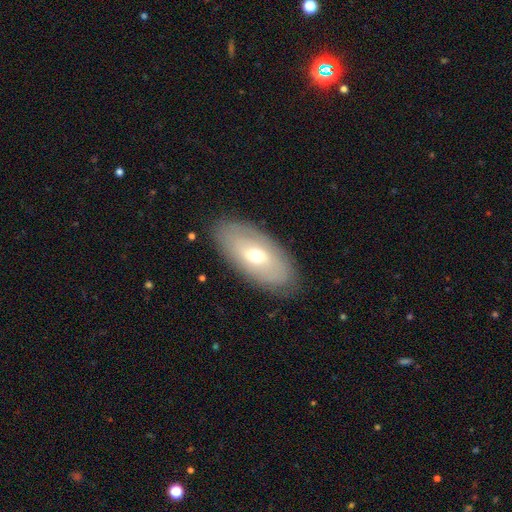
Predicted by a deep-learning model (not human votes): Smooth or featured? smooth (47%)
Merging? none (84%)